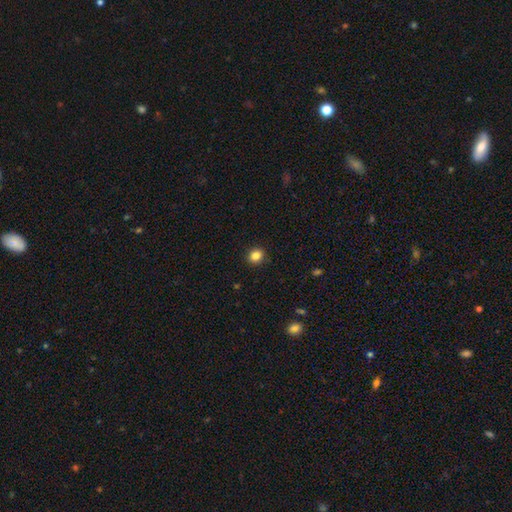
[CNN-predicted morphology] A smooth galaxy with no disk features (85%) that is round (69%).

Vote fractions:
- Smooth or featured? smooth: 85% / star or artifact: 10% / featured or disk: 5%
- How rounded? round: 69% / in between: 30% / cigar-shaped: 1%
- Merging? none: 91% / minor disturbance: 6% / major disturbance: 2% / merger: 1%